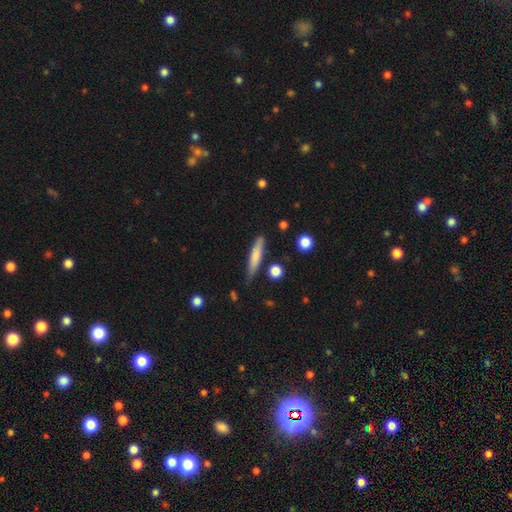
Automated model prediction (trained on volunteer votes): Q: Smooth or featured?
A: smooth (72%); runner-up: featured or disk (22%)
Q: How rounded?
A: cigar-shaped (88%); runner-up: in between (10%)
Q: Merging?
A: none (77%); runner-up: minor disturbance (16%)